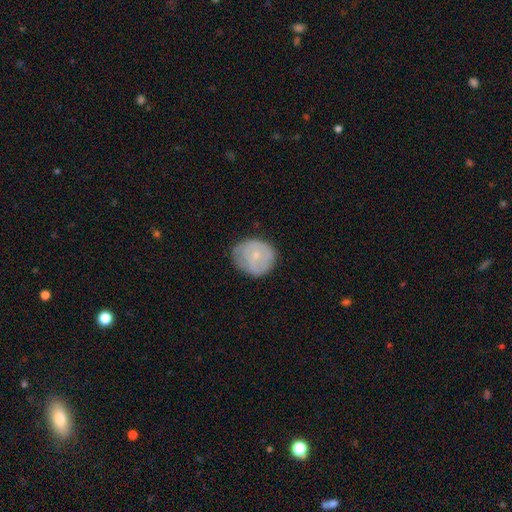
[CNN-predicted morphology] A smooth galaxy with no disk features (60%) that is round (78%). Merging: none (65%).